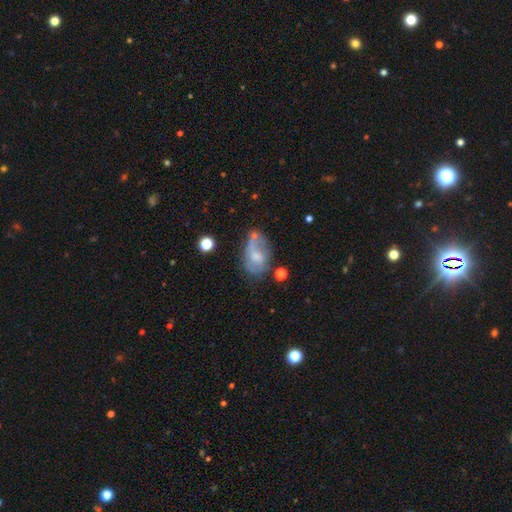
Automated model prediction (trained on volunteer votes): A smooth galaxy with no disk features (47%).

Vote fractions:
- Smooth or featured? smooth: 47% / featured or disk: 43% / star or artifact: 10%
- Merging? none: 36% / minor disturbance: 29% / major disturbance: 22% / merger: 13%